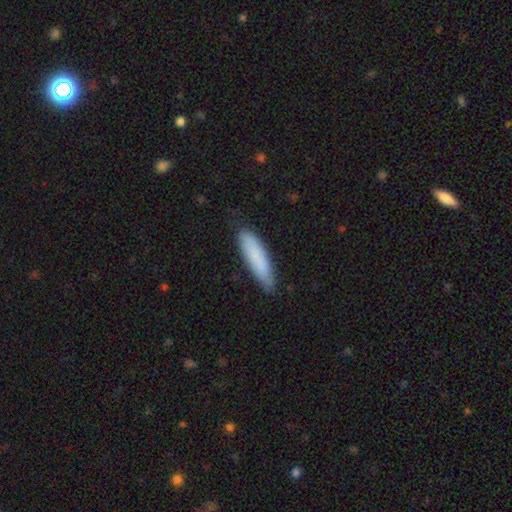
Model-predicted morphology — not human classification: A smooth galaxy with no disk features (83%) that is cigar-shaped (76%). Merging: none (82%).